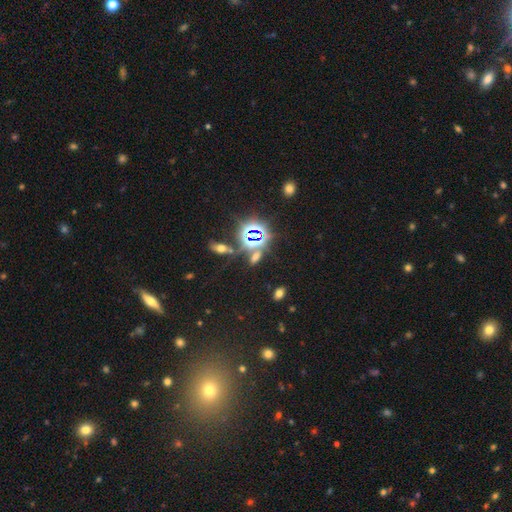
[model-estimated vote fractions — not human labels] Smooth or featured? Predicted: star or artifact (p=0.58).